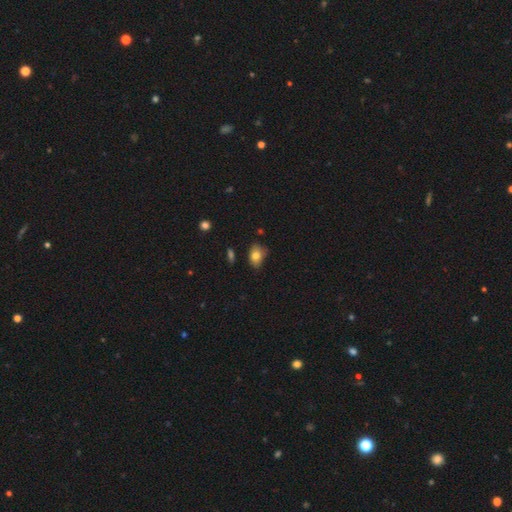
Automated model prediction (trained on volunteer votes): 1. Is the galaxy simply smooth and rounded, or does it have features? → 78% smooth, 12% featured or disk, 10% star or artifact.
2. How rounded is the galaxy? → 75% in between, 23% round, 2% cigar-shaped.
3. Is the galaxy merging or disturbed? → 60% none, 30% minor disturbance, 6% major disturbance, 3% merger.